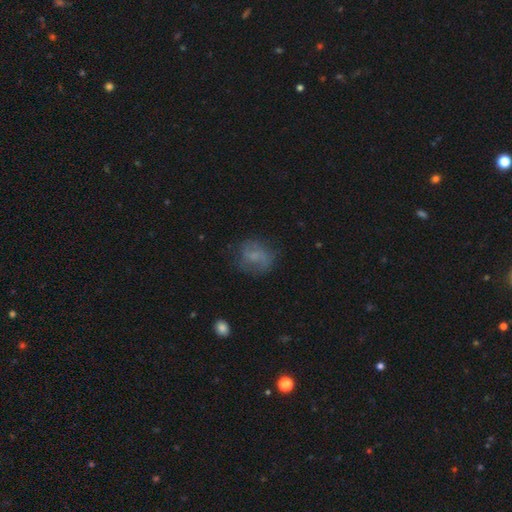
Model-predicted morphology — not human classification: This is possibly a smooth galaxy (50%). How rounded: possibly round (56%). Merging: likely none (65%).